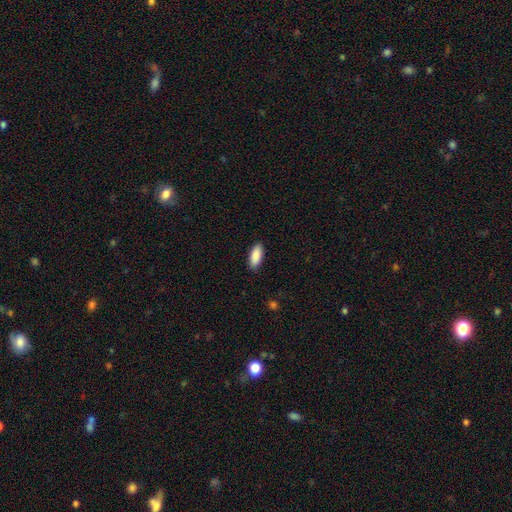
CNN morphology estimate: smooth-or-featured: smooth: 90% | star or artifact: 6% | featured or disk: 4%
  how-rounded: in between: 79% | cigar-shaped: 19% | round: 2%
  merging: none: 88% | minor disturbance: 9% | major disturbance: 2% | merger: 1%